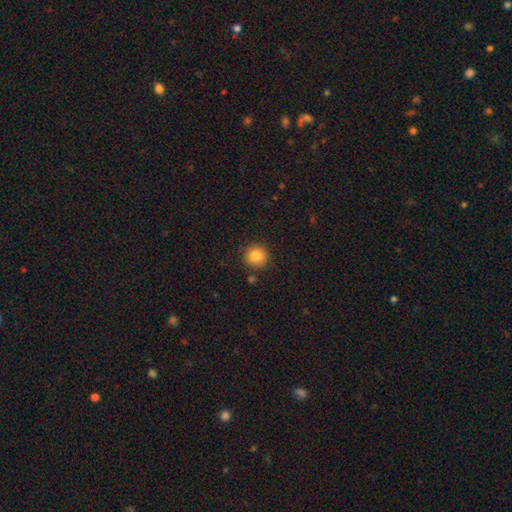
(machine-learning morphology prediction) Smooth or featured?
  - smooth: 83% *
  - star or artifact: 10%
  - featured or disk: 7%
How rounded?
  - round: 94% *
  - in between: 5%
  - cigar-shaped: 1%
Merging?
  - none: 88% *
  - minor disturbance: 7%
  - merger: 3%
  - major disturbance: 2%